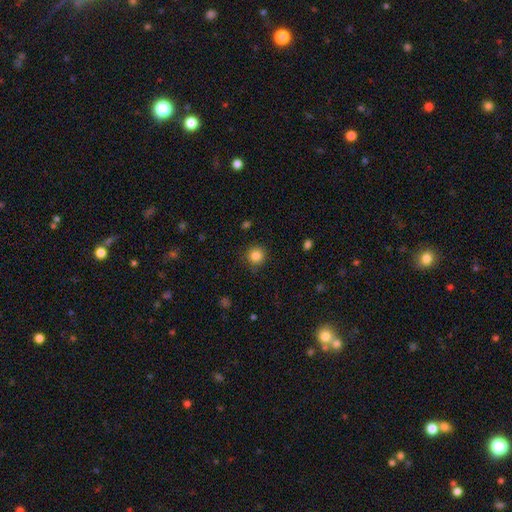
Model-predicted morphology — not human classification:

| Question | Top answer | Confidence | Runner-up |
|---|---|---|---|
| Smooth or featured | smooth | 85% | star or artifact (11%) |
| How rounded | round | 93% | in between (6%) |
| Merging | none | 88% | minor disturbance (8%) |